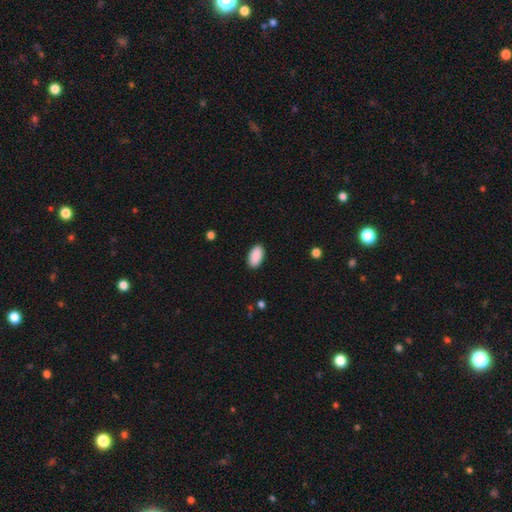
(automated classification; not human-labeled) Smooth or featured: smooth — 91% (star or artifact — 6%)
How rounded: in between — 95% (round — 3%)
Merging: none — 90% (minor disturbance — 8%)